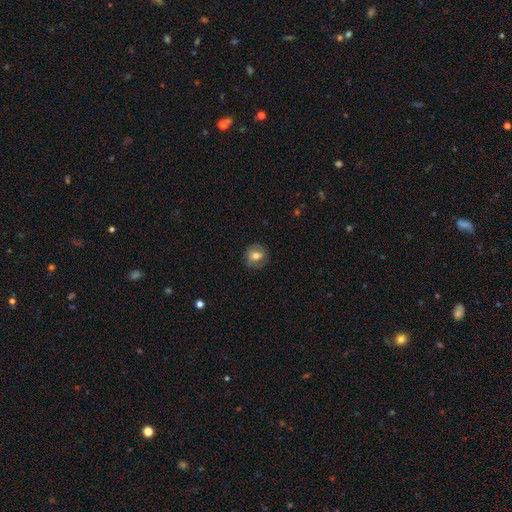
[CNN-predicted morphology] type=smooth (53%); roundness=round (75%); merging=none (79%).